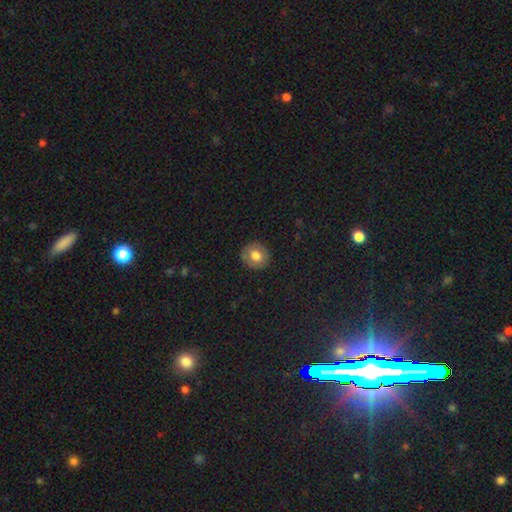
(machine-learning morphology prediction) smooth_or_featured: smooth (p=0.73) [alt: featured or disk p=0.17]
how_rounded: round (p=0.83) [alt: in between p=0.16]
merging: none (p=0.87) [alt: minor disturbance p=0.09]